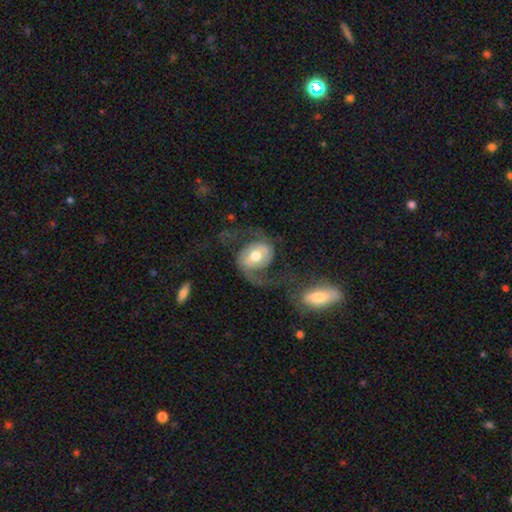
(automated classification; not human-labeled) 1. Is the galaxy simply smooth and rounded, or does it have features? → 77% featured or disk, 17% smooth, 6% star or artifact.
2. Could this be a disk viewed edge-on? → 97% no, 3% yes.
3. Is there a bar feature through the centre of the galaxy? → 49% no, 35% weak, 16% strong.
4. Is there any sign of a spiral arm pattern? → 89% yes, 11% no.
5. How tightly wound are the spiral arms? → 52% loose, 37% medium, 10% tight.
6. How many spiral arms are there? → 87% 2, 6% 1, 3% can't tell, 1% 3, 1% 4, 1% more than 4.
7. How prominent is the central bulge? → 72% moderate, 16% large, 9% small, 2% dominant, 1% none.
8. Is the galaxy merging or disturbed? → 51% none, 27% major disturbance, 16% minor disturbance, 6% merger.